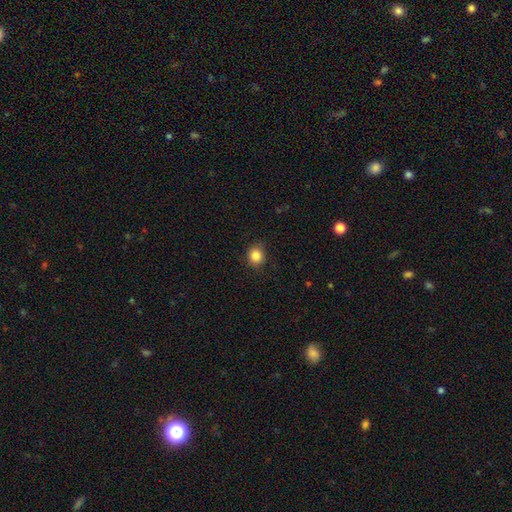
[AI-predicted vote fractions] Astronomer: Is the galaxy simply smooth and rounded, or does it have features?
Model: smooth — 85%.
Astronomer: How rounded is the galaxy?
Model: round — 85%.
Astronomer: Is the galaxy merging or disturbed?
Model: none — 86%.